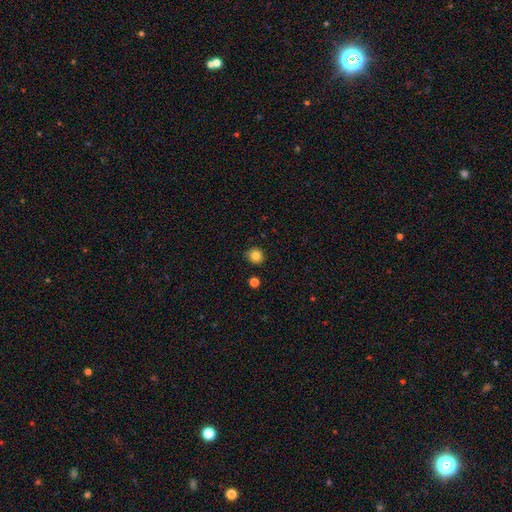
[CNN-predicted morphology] This is clearly a smooth galaxy (84%). How rounded: clearly round (93%). Merging: clearly none (89%).